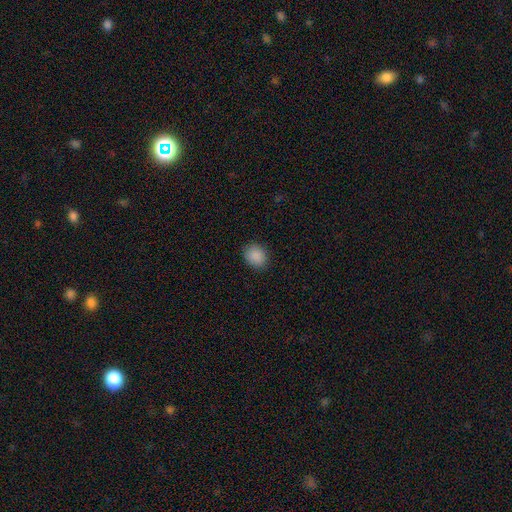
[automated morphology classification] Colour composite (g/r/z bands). It shows a smooth galaxy with no disk features (89%) that is round (64%). Merging: none (88%).